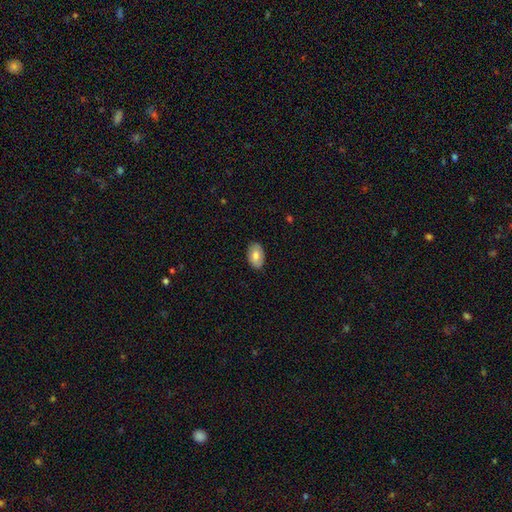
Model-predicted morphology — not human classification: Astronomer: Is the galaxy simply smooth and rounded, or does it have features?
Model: smooth — 73%.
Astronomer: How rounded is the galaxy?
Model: in between — 92%.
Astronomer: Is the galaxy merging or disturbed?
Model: none — 86%.